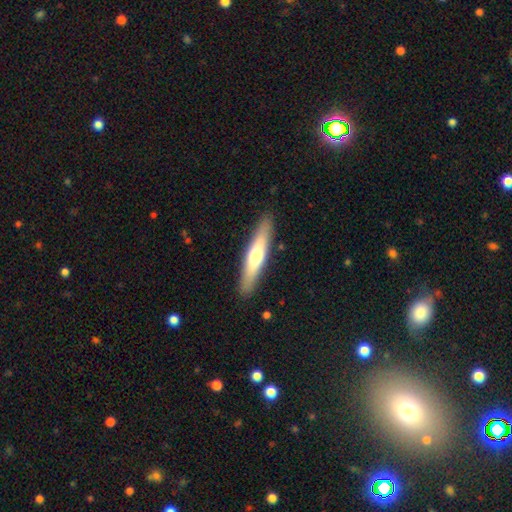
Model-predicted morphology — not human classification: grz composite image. It shows a smooth galaxy with no disk features (57%) that is cigar-shaped (87%). Merging: none (89%).